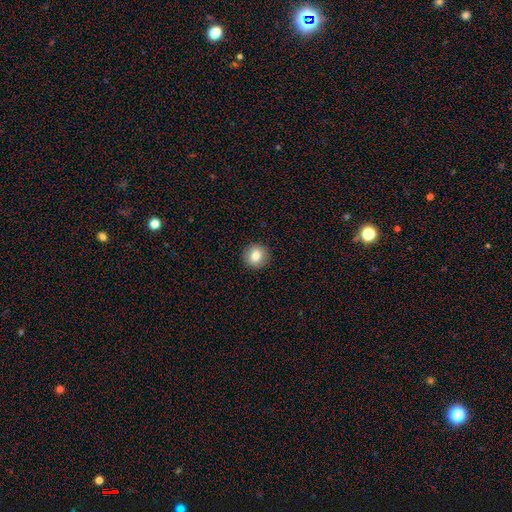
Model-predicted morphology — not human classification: Smooth or featured? Predicted: smooth (p=0.81). How rounded? Predicted: round (p=0.94). Merging? Predicted: none (p=0.92).